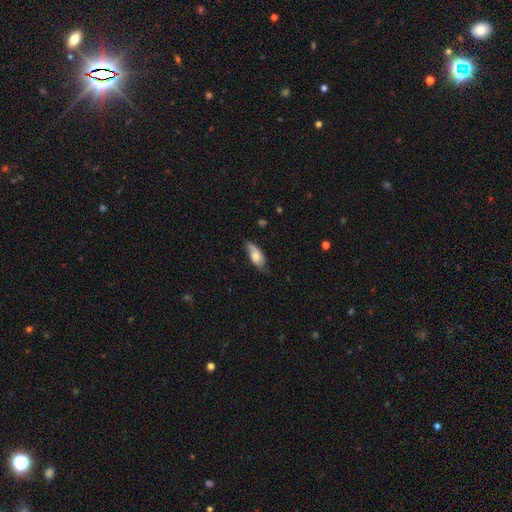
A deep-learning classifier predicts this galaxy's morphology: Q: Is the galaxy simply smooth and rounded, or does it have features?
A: smooth — 60%.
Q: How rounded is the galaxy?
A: in between — 81%.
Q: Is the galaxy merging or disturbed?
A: none — 63%.